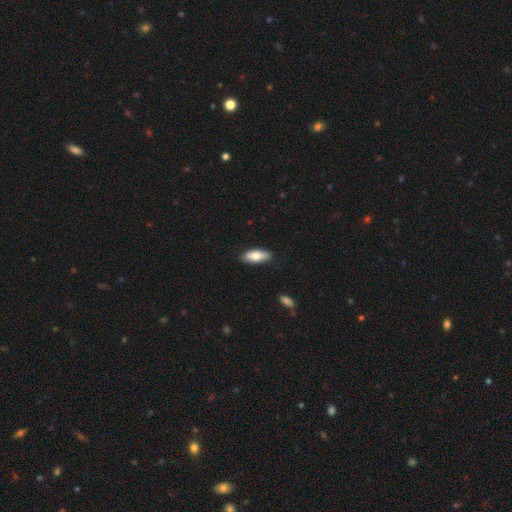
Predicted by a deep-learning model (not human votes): smooth 73%, featured or disk 21%, star or artifact 6%. Down the decision tree: how rounded — in between (67%); merging — none (88%).